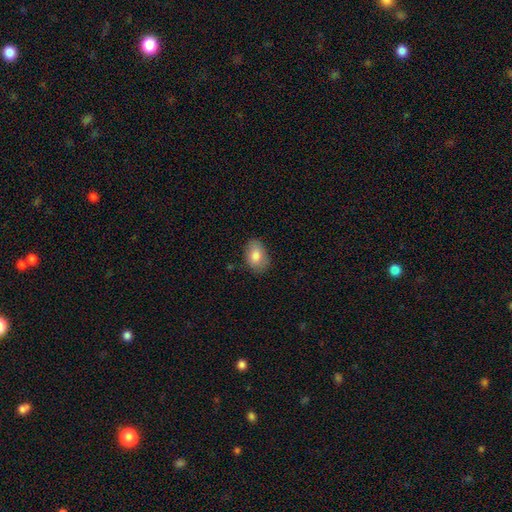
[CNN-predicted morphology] type=smooth (82%); roundness=in between (86%); merging=none (80%).